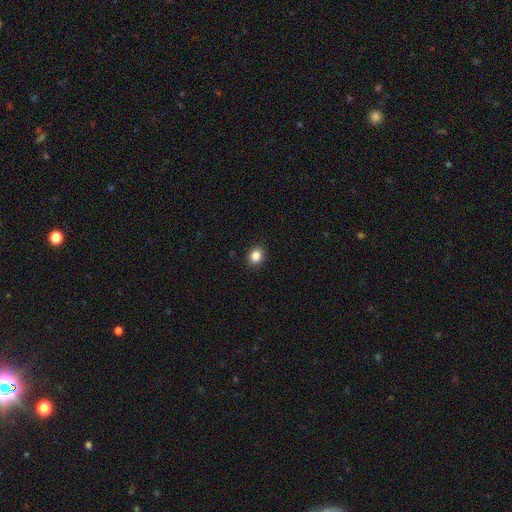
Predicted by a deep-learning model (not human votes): Smooth or featured?
  - smooth: 86% *
  - star or artifact: 10%
  - featured or disk: 4%
How rounded?
  - round: 58% *
  - in between: 41%
  - cigar-shaped: 1%
Merging?
  - none: 90% *
  - minor disturbance: 7%
  - major disturbance: 2%
  - merger: 1%